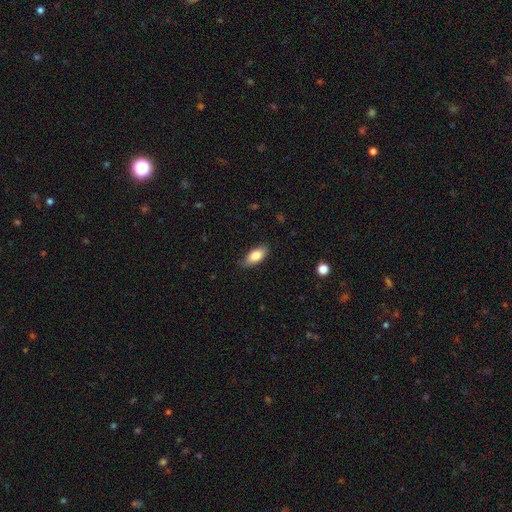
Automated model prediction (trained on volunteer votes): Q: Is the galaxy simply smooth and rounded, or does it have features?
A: smooth — 82%.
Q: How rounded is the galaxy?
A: in between — 87%.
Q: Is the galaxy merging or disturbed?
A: none — 79%.